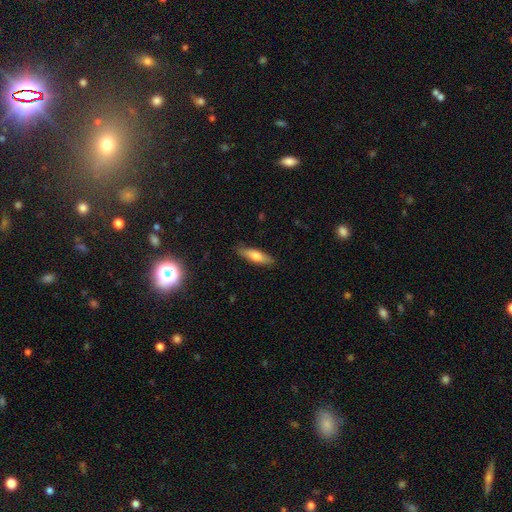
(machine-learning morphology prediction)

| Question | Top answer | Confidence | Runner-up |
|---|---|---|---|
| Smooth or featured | smooth | 67% | featured or disk (26%) |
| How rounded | cigar-shaped | 64% | in between (34%) |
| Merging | none | 86% | minor disturbance (11%) |